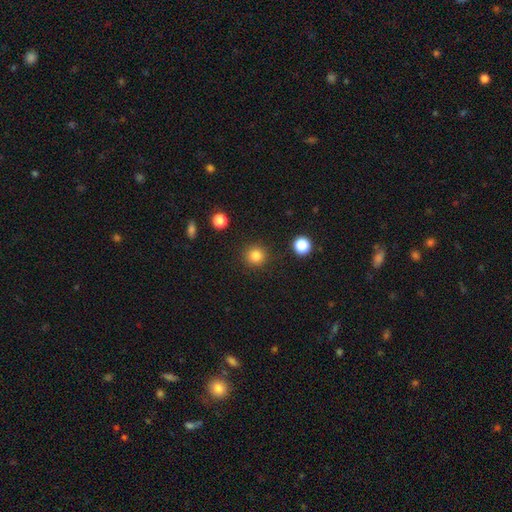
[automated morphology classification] smooth 84%, star or artifact 12%, featured or disk 5%. Down the decision tree: how rounded — round (94%); merging — none (90%).